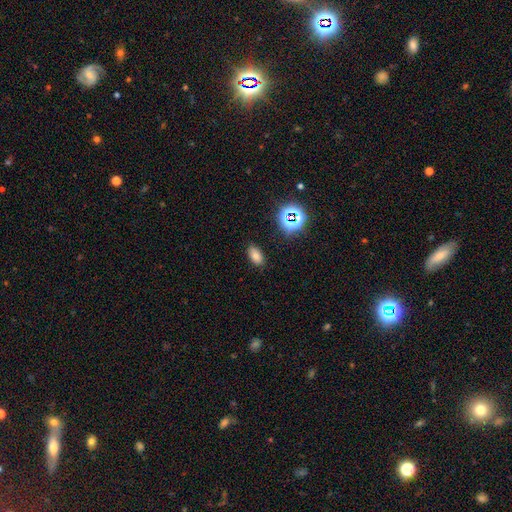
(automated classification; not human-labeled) Smooth or featured? Predicted: smooth (p=0.76). How rounded? Predicted: in between (p=0.91). Merging? Predicted: none (p=0.85).